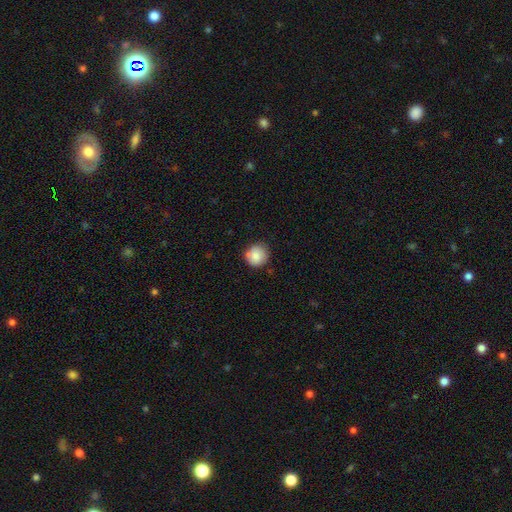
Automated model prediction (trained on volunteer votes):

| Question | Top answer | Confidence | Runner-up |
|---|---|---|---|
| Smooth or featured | smooth | 84% | star or artifact (8%) |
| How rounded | round | 92% | in between (7%) |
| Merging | none | 79% | minor disturbance (15%) |